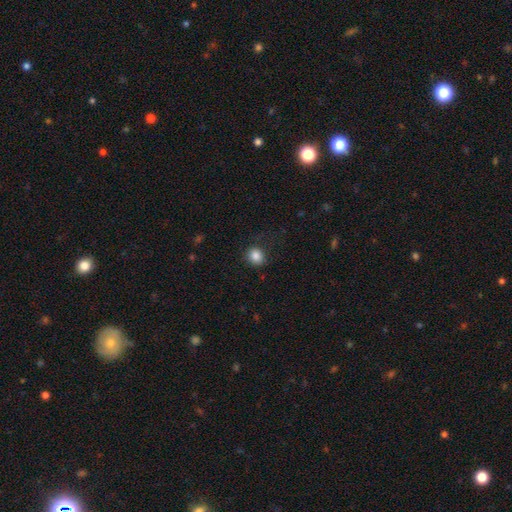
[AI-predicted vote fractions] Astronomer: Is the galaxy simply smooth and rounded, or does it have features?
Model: smooth — 86%.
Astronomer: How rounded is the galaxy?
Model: round — 78%.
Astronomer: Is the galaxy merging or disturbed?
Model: none — 80%.